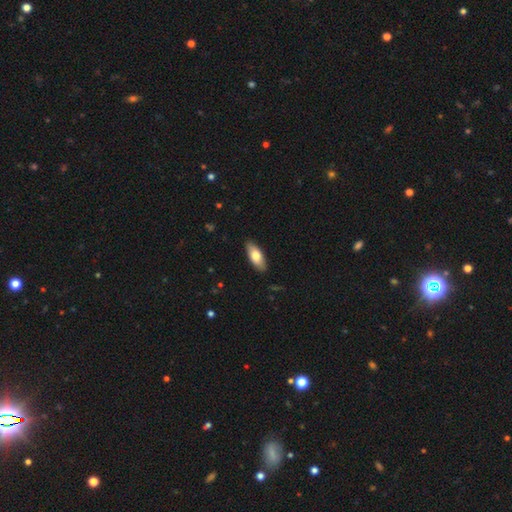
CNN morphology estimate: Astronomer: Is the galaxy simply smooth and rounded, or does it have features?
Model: smooth — 74%.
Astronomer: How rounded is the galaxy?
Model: in between — 79%.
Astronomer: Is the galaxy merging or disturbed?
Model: none — 88%.